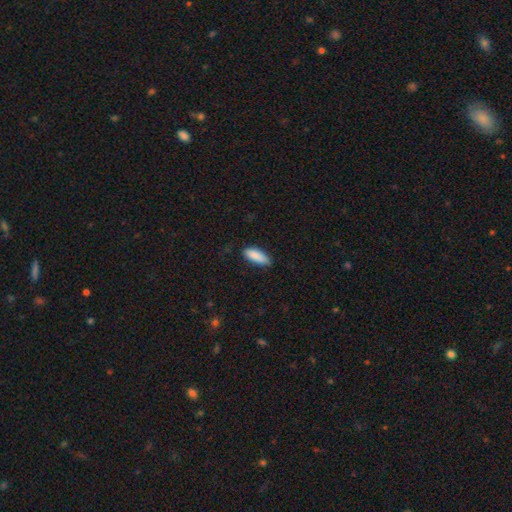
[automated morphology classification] Smooth or featured: smooth — 87% (featured or disk — 7%)
How rounded: in between — 75% (cigar-shaped — 23%)
Merging: none — 78% (minor disturbance — 18%)